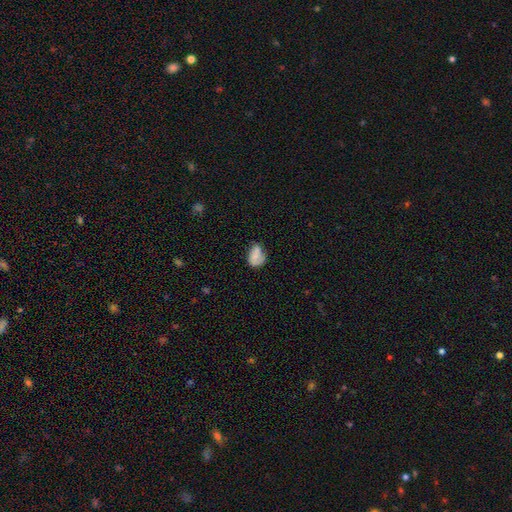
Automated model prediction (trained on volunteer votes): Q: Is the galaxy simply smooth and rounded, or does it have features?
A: smooth — 63%.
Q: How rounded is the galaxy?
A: in between — 70%.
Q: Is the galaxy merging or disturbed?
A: none — 40%.